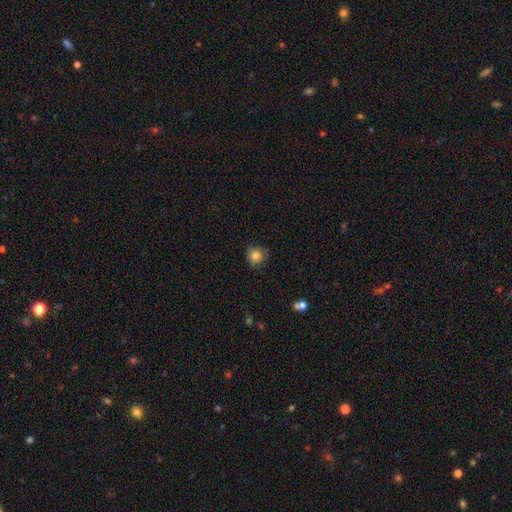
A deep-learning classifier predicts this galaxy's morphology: This appears to be a smooth galaxy with no disk features (80%) that is round (92%). Merging: none (81%).